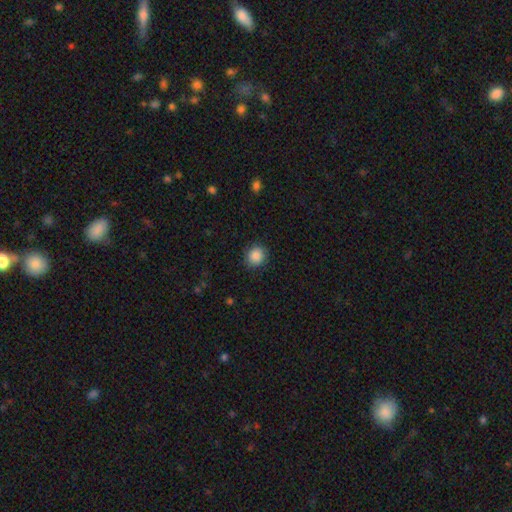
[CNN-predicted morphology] type=smooth (88%); roundness=round (79%); merging=none (89%).